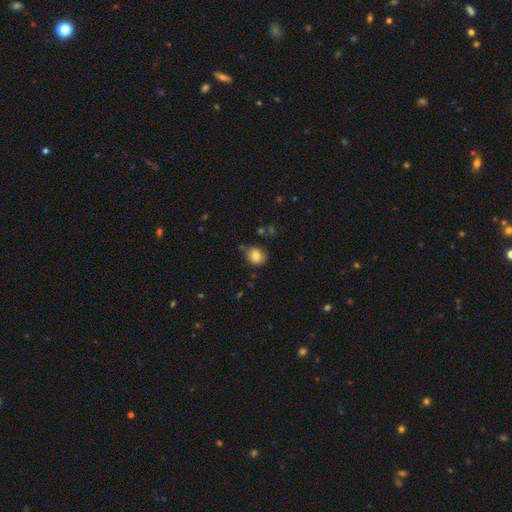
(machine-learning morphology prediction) Smooth or featured? Predicted: smooth (p=0.81). How rounded? Predicted: round (p=0.77). Merging? Predicted: none (p=0.78).